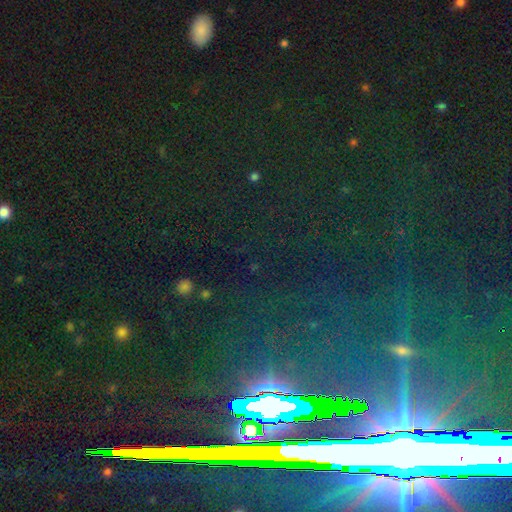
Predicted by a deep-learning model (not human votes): Smooth or featured?
  - star or artifact: 80% *
  - smooth: 11%
  - featured or disk: 9%